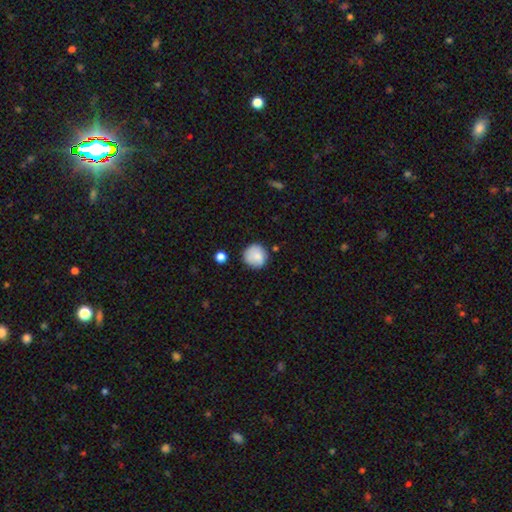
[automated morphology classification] Smooth or featured: smooth — 83% (featured or disk — 9%)
How rounded: round — 91% (in between — 8%)
Merging: none — 76% (minor disturbance — 17%)